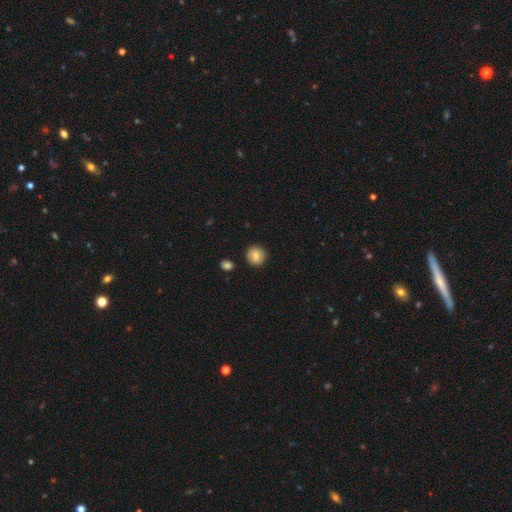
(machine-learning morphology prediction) This appears to be a smooth galaxy with no disk features (82%) that is round (91%). Merging: none (88%).